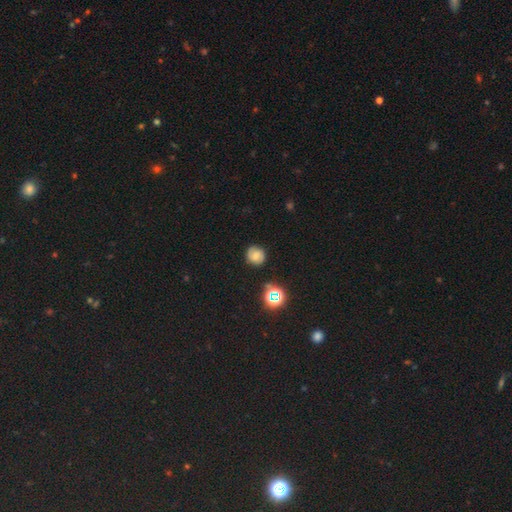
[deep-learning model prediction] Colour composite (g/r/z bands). It shows a smooth galaxy with no disk features (56%) that is round (85%). Merging: none (82%).